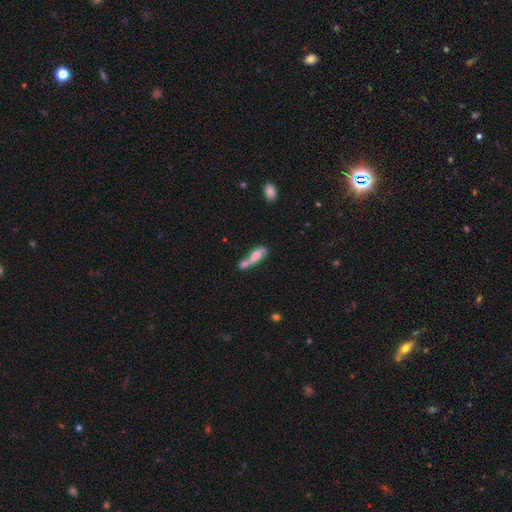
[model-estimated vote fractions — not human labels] Overall: smooth (56%; featured or disk 36%). How rounded: cigar-shaped (51%; in between 46%). Merging: merger (51%; none 23%).